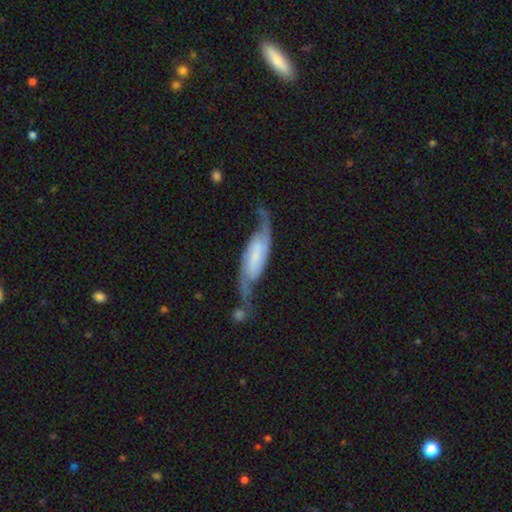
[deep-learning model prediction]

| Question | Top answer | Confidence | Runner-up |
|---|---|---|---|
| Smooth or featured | featured or disk | 80% | smooth (14%) |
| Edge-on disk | no | 88% | yes (12%) |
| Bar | weak | 35% | strong (34%) |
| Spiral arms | yes | 95% | no (5%) |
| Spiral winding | loose | 65% | medium (25%) |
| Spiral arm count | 2 | 92% | can't tell (3%) |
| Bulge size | none | 45% | small (29%) |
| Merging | none | 55% | minor disturbance (22%) |